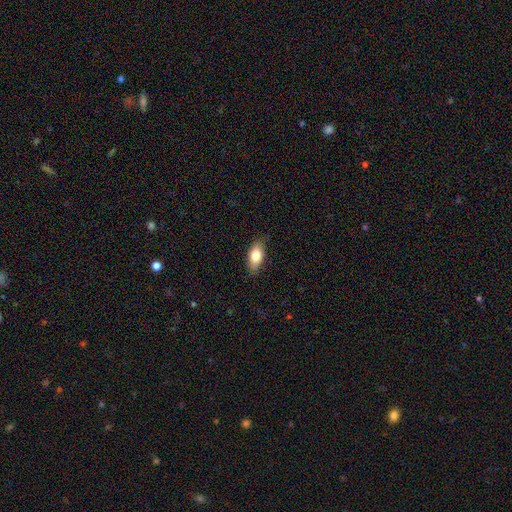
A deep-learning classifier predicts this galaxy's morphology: Smooth or featured? smooth (79%)
How rounded? in between (88%)
Merging? none (83%)